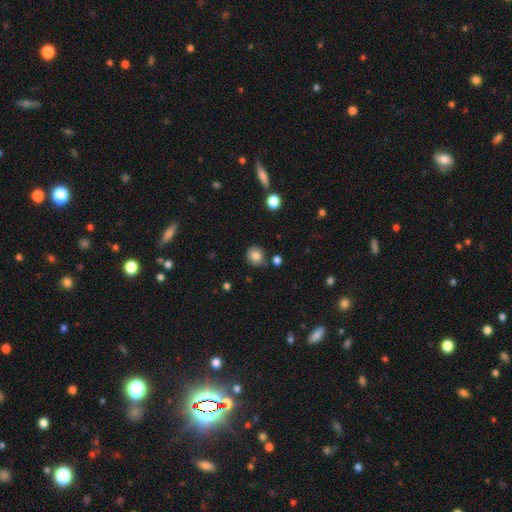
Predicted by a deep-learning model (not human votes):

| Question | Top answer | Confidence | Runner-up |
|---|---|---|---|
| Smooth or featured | smooth | 80% | star or artifact (11%) |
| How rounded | round | 88% | in between (11%) |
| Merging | none | 82% | minor disturbance (11%) |